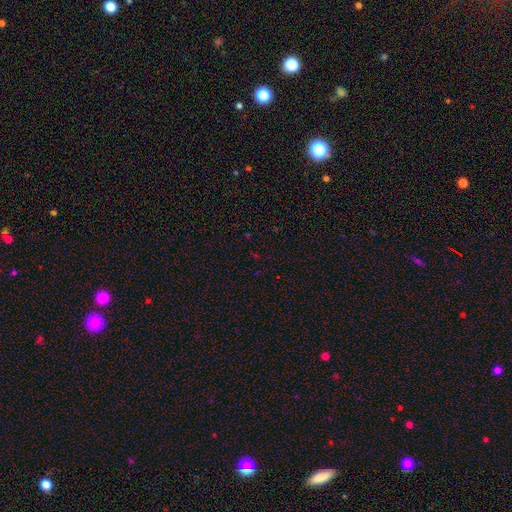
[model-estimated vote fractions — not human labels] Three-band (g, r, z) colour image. It shows a star or artifact, not a galaxy (66%).